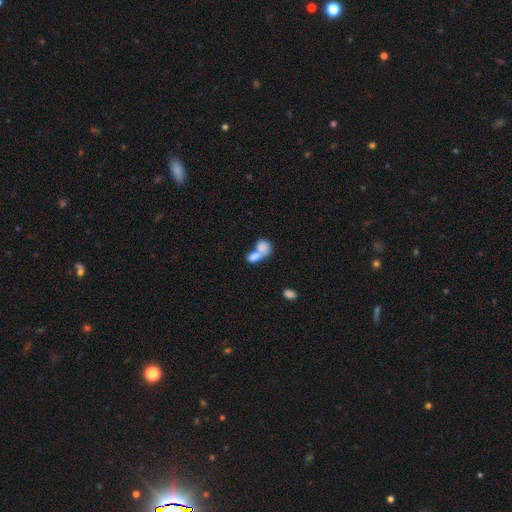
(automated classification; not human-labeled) Smooth or featured: smooth — 76% (featured or disk — 16%)
How rounded: in between — 74% (round — 23%)
Merging: merger — 74% (none — 15%)